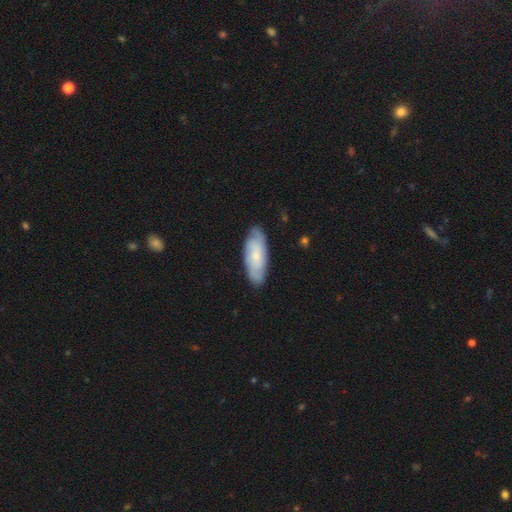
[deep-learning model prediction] This appears to be a featured or disk galaxy (50%). Merging: none (80%).